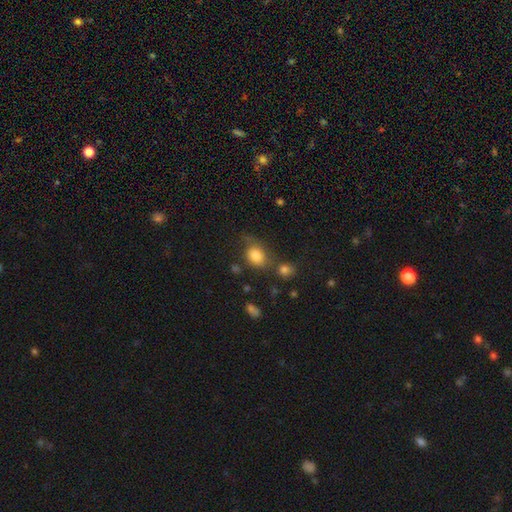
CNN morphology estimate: A smooth galaxy with no disk features (82%) that is in between round and cigar-shaped (55%). Merging: none (53%).